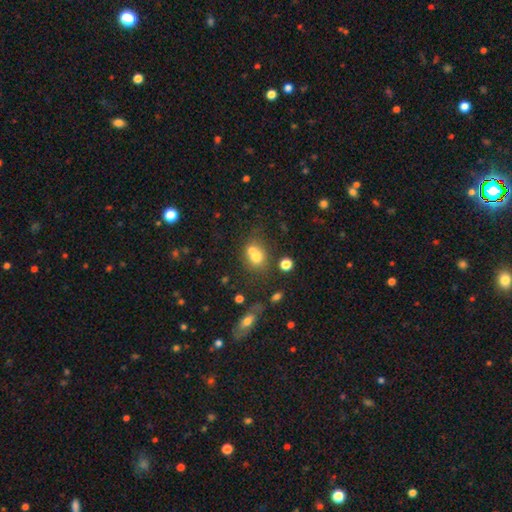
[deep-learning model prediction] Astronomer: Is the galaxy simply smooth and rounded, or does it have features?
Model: smooth — 67%.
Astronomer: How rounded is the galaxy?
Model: round — 68%.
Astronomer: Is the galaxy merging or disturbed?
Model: merger — 54% (runner-up: none, 34%).